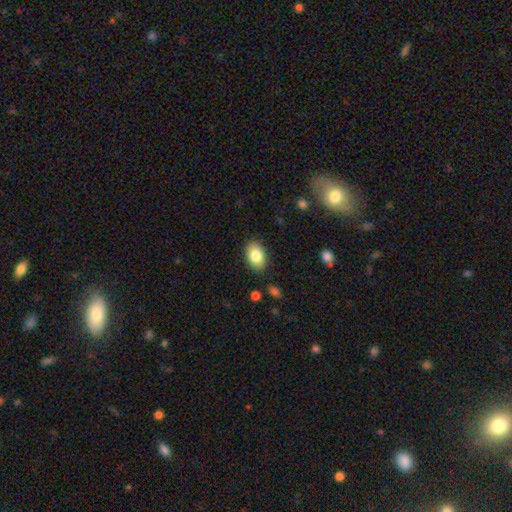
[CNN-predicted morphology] type=smooth (83%); roundness=in between (86%); merging=none (87%).